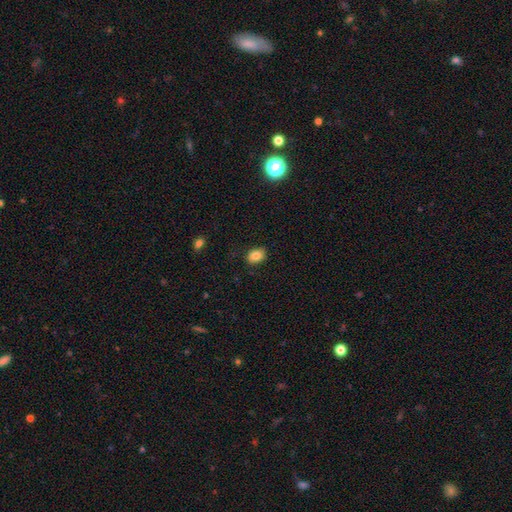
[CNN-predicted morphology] Q: Smooth or featured?
A: smooth (84%); runner-up: star or artifact (9%)
Q: How rounded?
A: in between (75%); runner-up: round (24%)
Q: Merging?
A: none (86%); runner-up: minor disturbance (10%)